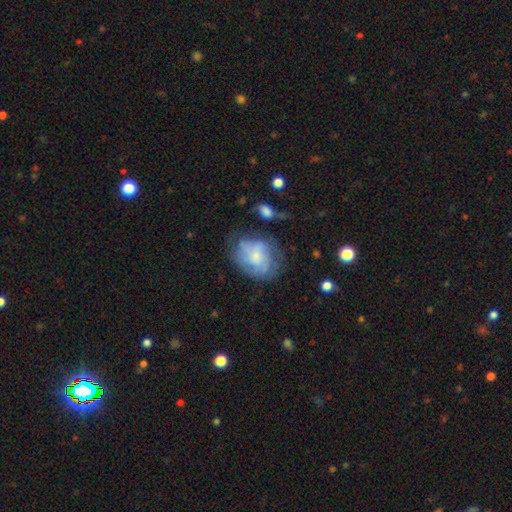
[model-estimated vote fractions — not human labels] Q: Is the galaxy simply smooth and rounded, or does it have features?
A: smooth — 48%.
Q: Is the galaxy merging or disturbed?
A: none — 50%.